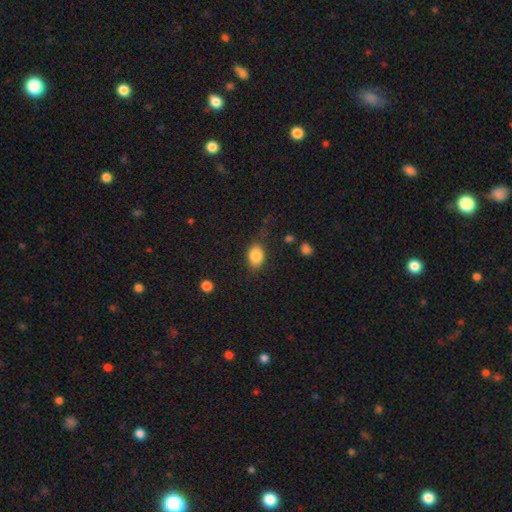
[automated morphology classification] Smooth or featured?
  - smooth: 85% *
  - star or artifact: 8%
  - featured or disk: 7%
How rounded?
  - in between: 73% *
  - round: 26%
  - cigar-shaped: 1%
Merging?
  - none: 74% *
  - minor disturbance: 17%
  - major disturbance: 7%
  - merger: 2%